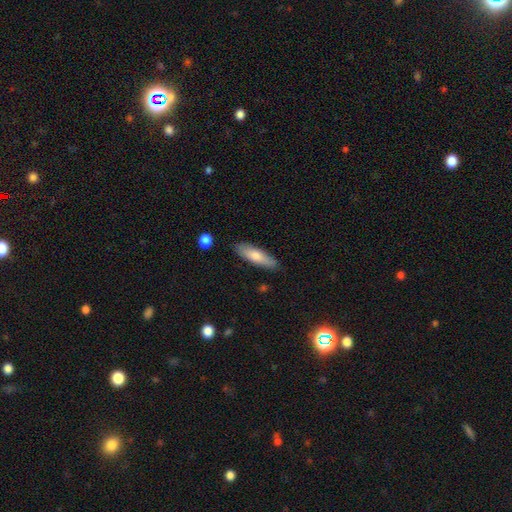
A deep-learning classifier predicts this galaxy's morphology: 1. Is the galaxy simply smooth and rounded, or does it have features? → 72% smooth, 22% featured or disk, 6% star or artifact.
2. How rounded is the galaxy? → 58% cigar-shaped, 40% in between, 2% round.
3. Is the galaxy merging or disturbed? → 84% none, 11% minor disturbance, 2% major disturbance, 2% merger.